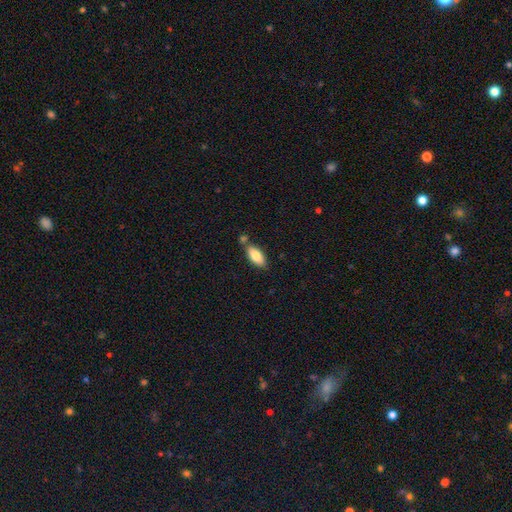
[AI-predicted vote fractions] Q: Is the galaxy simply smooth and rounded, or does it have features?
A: smooth — 81%.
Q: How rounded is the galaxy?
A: in between — 87%.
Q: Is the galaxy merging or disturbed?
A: none — 67%.